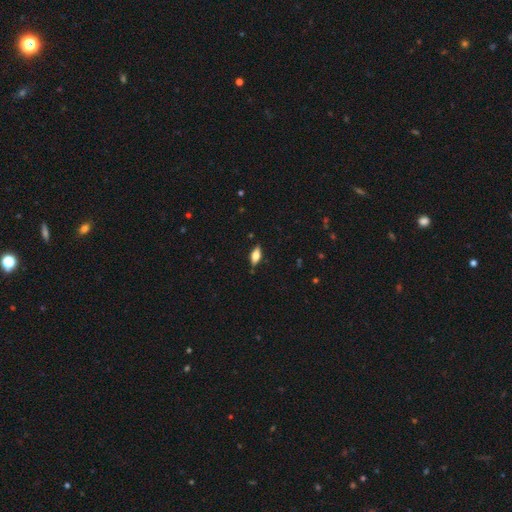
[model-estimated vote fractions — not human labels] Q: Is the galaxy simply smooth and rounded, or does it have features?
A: smooth — 57%.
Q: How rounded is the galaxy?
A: in between — 78%.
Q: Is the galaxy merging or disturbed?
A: none — 85%.